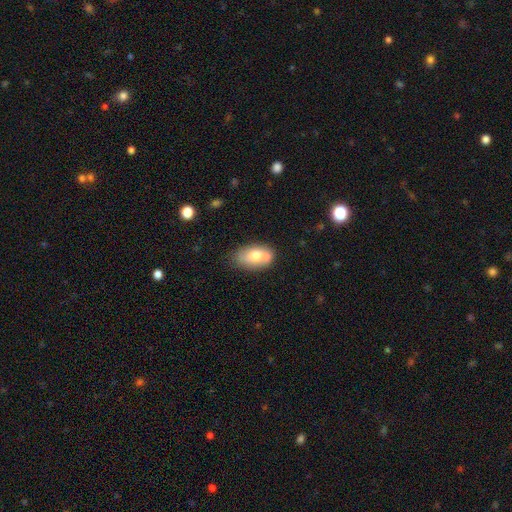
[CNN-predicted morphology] A smooth galaxy with no disk features (68%) that is in between round and cigar-shaped (87%). Merging: none (48%).